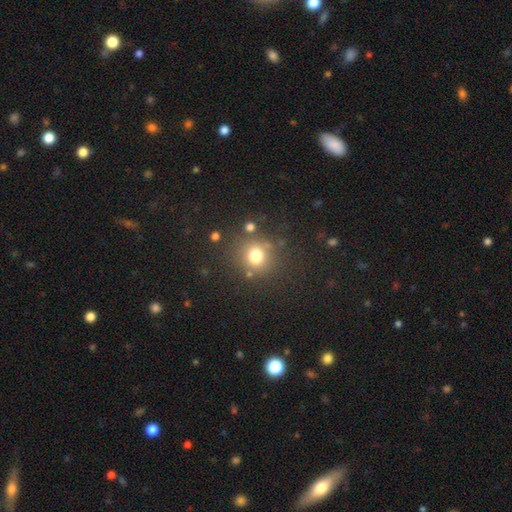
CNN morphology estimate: smooth_or_featured: smooth (p=0.75) [alt: star or artifact p=0.17]
how_rounded: round (p=0.87) [alt: in between p=0.12]
merging: none (p=0.77) [alt: minor disturbance p=0.11]